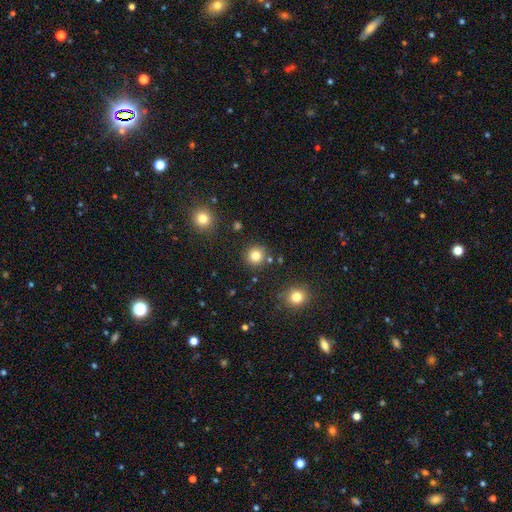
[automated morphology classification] This appears to be a smooth galaxy with no disk features (82%) that is round (94%). Merging: none (88%).